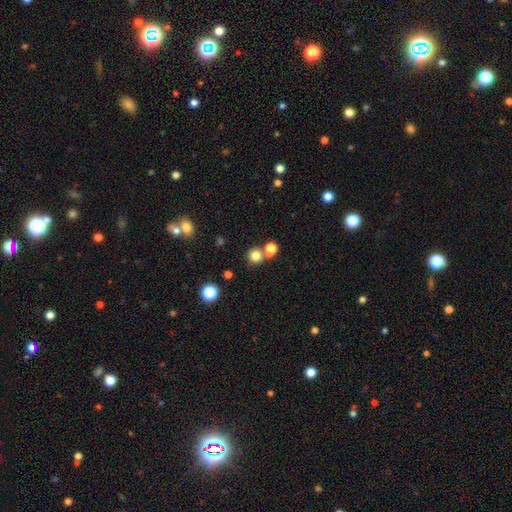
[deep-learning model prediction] smooth-or-featured: smooth: 79% | star or artifact: 14% | featured or disk: 8%
  how-rounded: round: 89% | in between: 10% | cigar-shaped: 1%
  merging: none: 59% | merger: 31% | minor disturbance: 7% | major disturbance: 3%